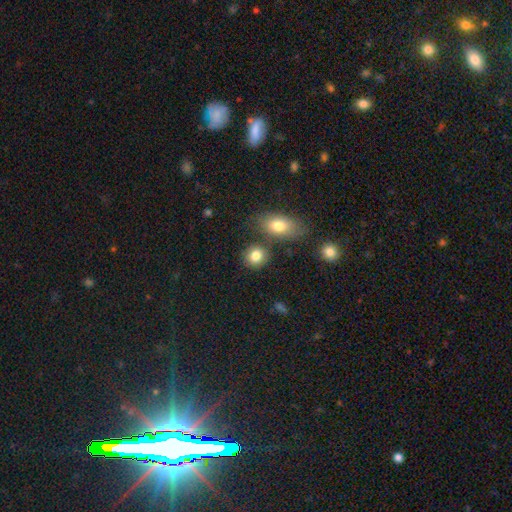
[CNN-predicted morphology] Smooth or featured: smooth — 83% (star or artifact — 9%)
How rounded: round — 74% (in between — 25%)
Merging: none — 73% (merger — 13%)